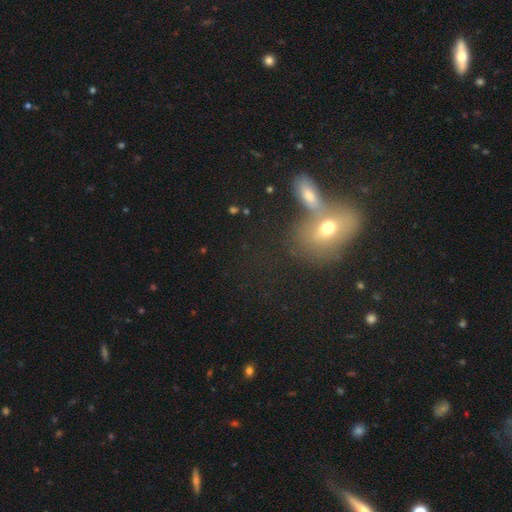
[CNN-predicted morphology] A smooth galaxy with no disk features (47%). Merging: merger (43%).